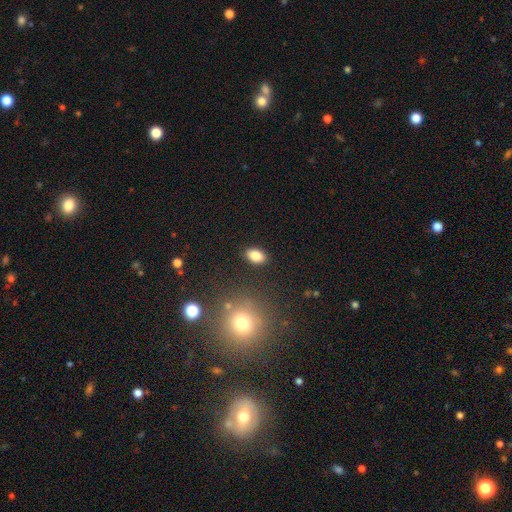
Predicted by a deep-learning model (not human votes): Smooth or featured?
  - smooth: 84% *
  - star or artifact: 10%
  - featured or disk: 7%
How rounded?
  - in between: 89% *
  - round: 9%
  - cigar-shaped: 2%
Merging?
  - none: 88% *
  - minor disturbance: 8%
  - major disturbance: 2%
  - merger: 2%